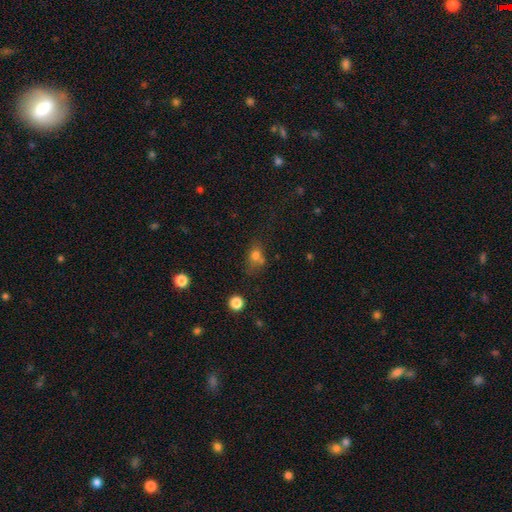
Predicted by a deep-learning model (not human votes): Q: Smooth or featured?
A: smooth (72%); runner-up: star or artifact (16%)
Q: How rounded?
A: in between (51%); runner-up: round (46%)
Q: Merging?
A: none (47%); runner-up: minor disturbance (22%)